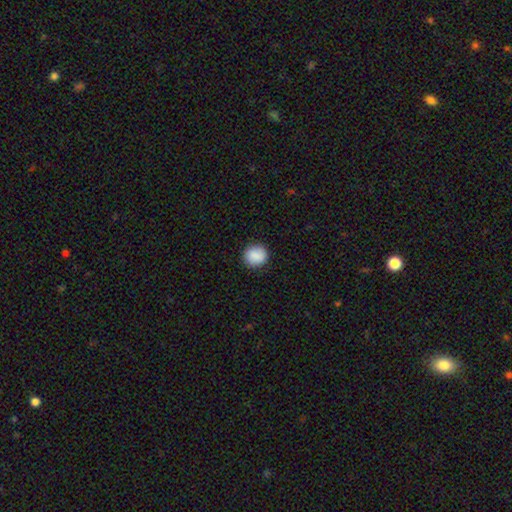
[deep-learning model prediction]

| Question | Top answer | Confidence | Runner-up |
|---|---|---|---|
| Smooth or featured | smooth | 89% | star or artifact (8%) |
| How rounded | round | 85% | in between (14%) |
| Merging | none | 90% | minor disturbance (7%) |